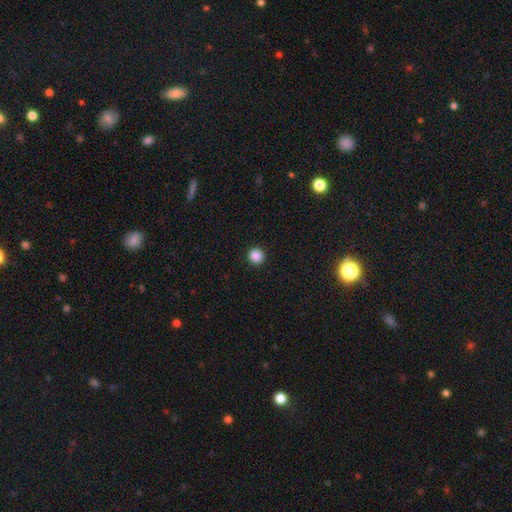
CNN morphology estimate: smooth 88%, star or artifact 10%, featured or disk 2%. Down the decision tree: how rounded — round (94%); merging — none (93%).